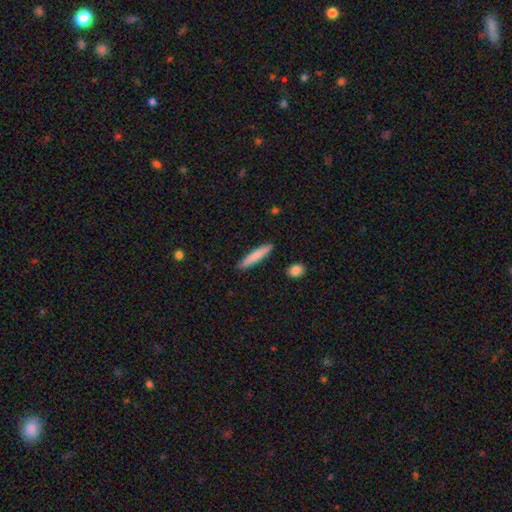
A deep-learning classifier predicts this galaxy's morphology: The model was most divided on "smooth or featured": smooth: 81%, featured or disk: 13%, star or artifact: 6%. More confident: how rounded — cigar-shaped (91%); merging — none (89%).